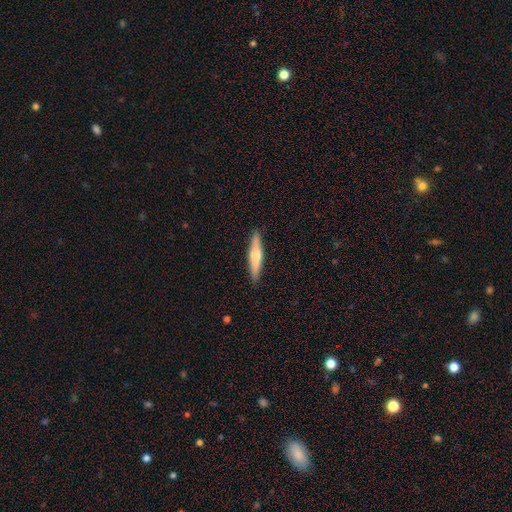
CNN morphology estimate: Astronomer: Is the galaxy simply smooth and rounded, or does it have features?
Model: smooth — 48% (runner-up: featured or disk, 47%).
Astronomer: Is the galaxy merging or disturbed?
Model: none — 90%.